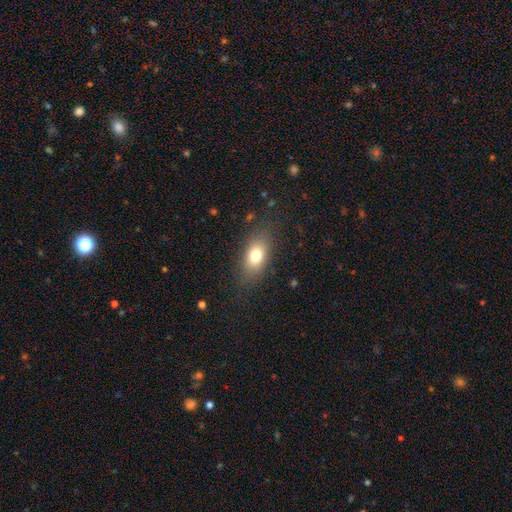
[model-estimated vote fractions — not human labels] Q: Smooth or featured?
A: smooth (76%); runner-up: featured or disk (14%)
Q: How rounded?
A: in between (81%); runner-up: round (12%)
Q: Merging?
A: none (80%); runner-up: minor disturbance (13%)